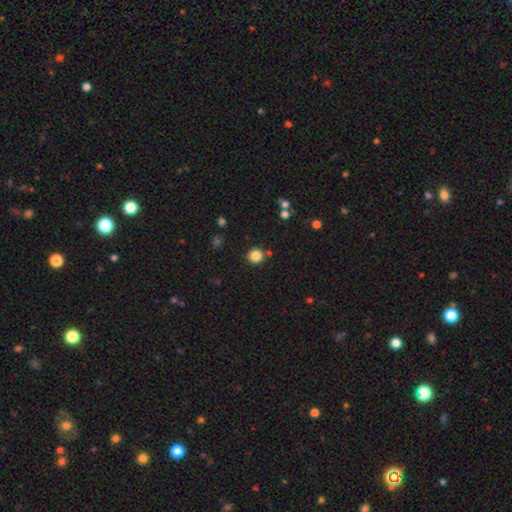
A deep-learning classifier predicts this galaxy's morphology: Overall: smooth (84%). How rounded: round (91%). Merging: none (86%).